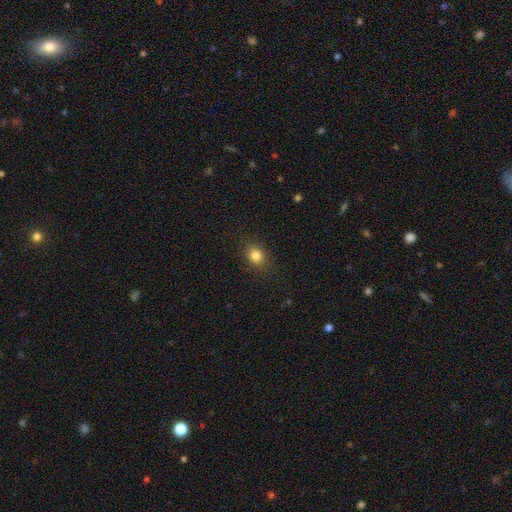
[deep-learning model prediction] This is clearly a smooth galaxy (82%). How rounded: possibly round (50%). Merging: clearly none (87%).